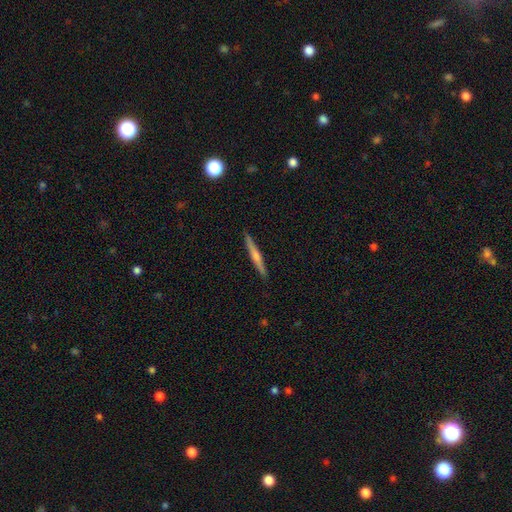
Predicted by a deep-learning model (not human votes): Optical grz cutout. It shows a featured or disk galaxy (62%) viewed edge-on (98%) with a rounded central bulge (74%). Merging: none (92%).